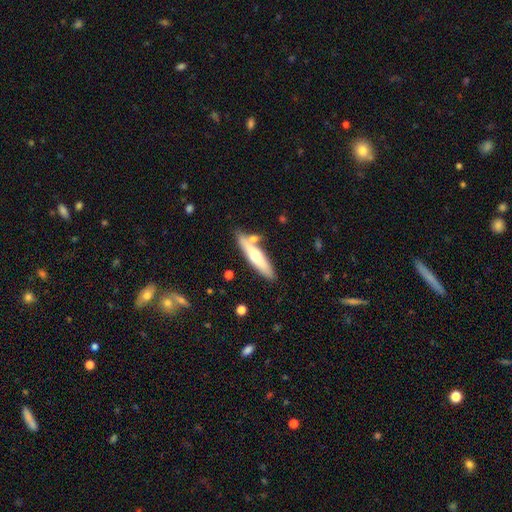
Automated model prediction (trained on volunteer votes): Smooth or featured?
  - smooth: 53% *
  - featured or disk: 42%
  - star or artifact: 6%
How rounded?
  - cigar-shaped: 78% *
  - in between: 20%
  - round: 2%
Merging?
  - none: 71% *
  - minor disturbance: 13%
  - merger: 13%
  - major disturbance: 3%